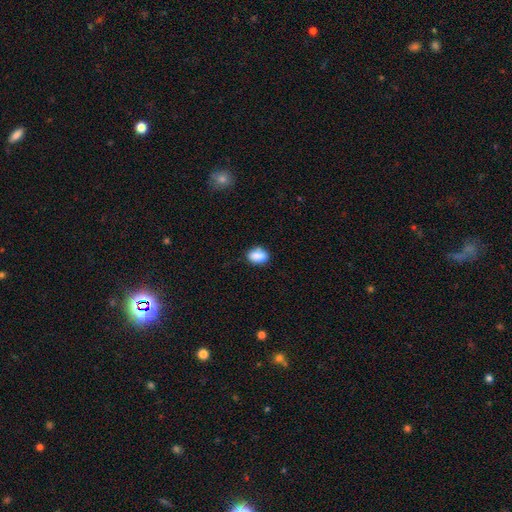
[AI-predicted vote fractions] Q: Smooth or featured?
A: smooth (86%); runner-up: star or artifact (8%)
Q: How rounded?
A: in between (81%); runner-up: round (16%)
Q: Merging?
A: none (75%); runner-up: minor disturbance (17%)